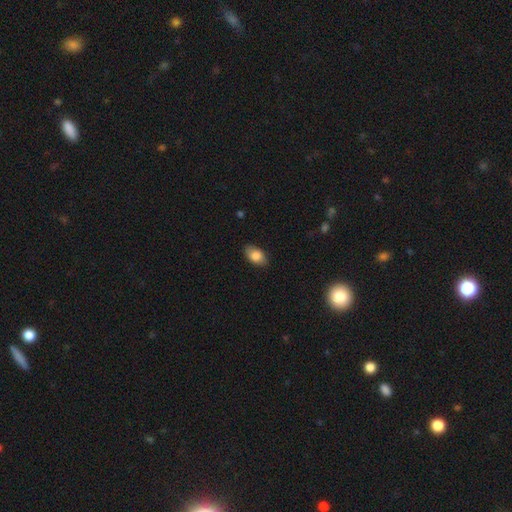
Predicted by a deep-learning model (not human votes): smooth 84%, featured or disk 9%, star or artifact 7%. Down the decision tree: how rounded — in between (91%); merging — none (85%).